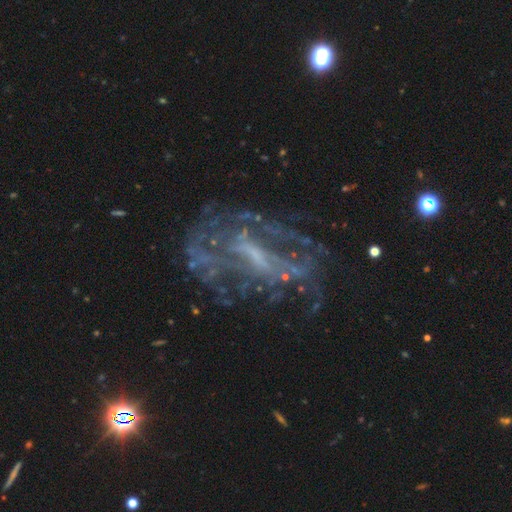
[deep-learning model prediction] This appears to be a featured or disk galaxy (78%) with a weak bar (43%), spiral arms (61%) and a small central bulge (43%). Merging: none (56%).